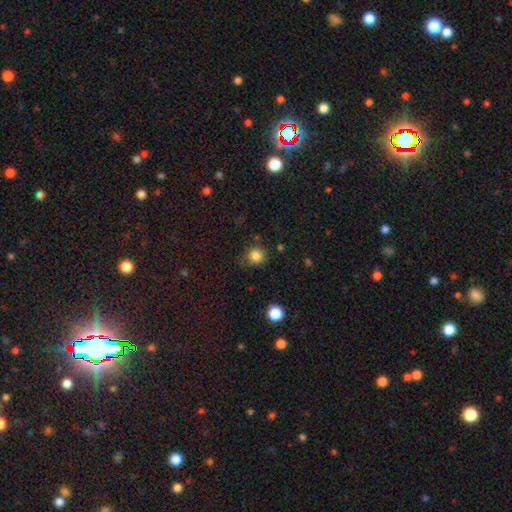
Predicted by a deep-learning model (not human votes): Smooth or featured? Predicted: smooth (p=0.84). How rounded? Predicted: round (p=0.90). Merging? Predicted: none (p=0.79).